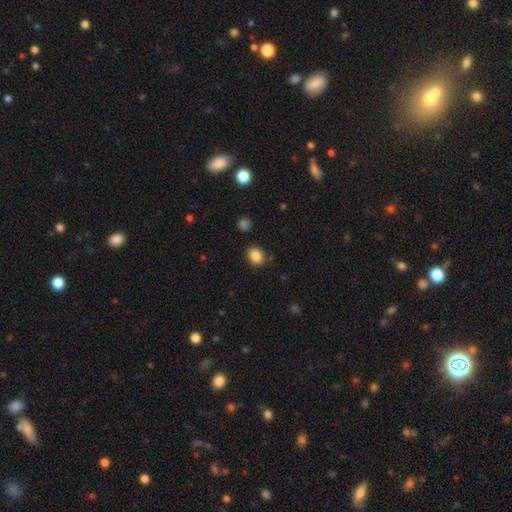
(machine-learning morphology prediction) Q: Smooth or featured?
A: smooth (86%); runner-up: star or artifact (10%)
Q: How rounded?
A: in between (51%); runner-up: round (48%)
Q: Merging?
A: none (85%); runner-up: minor disturbance (9%)